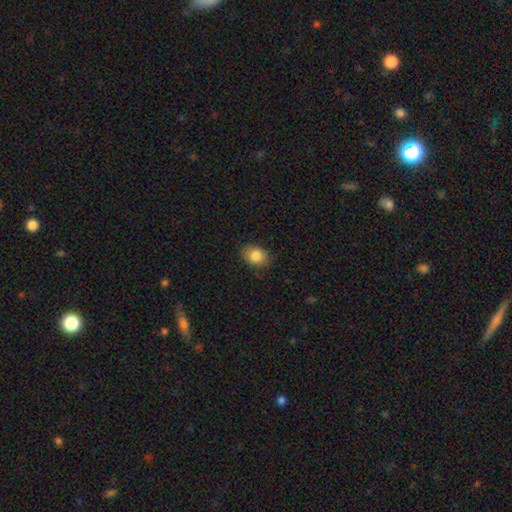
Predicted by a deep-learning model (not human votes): Smooth or featured: smooth — 85% (star or artifact — 8%)
How rounded: in between — 70% (round — 28%)
Merging: none — 85% (minor disturbance — 12%)